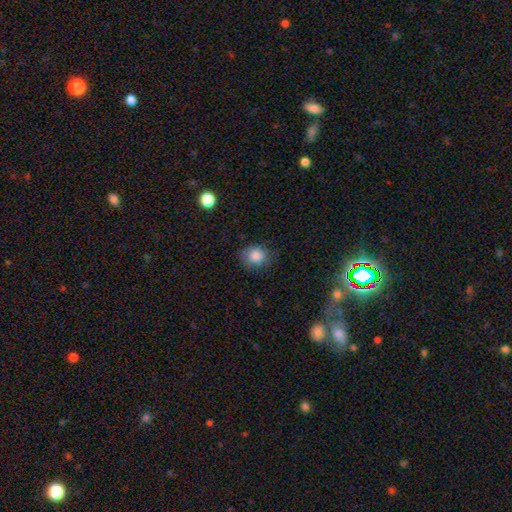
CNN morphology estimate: smooth-or-featured: smooth: 85% | star or artifact: 9% | featured or disk: 6%
  how-rounded: round: 67% | in between: 32% | cigar-shaped: 1%
  merging: none: 73% | minor disturbance: 20% | major disturbance: 6% | merger: 1%